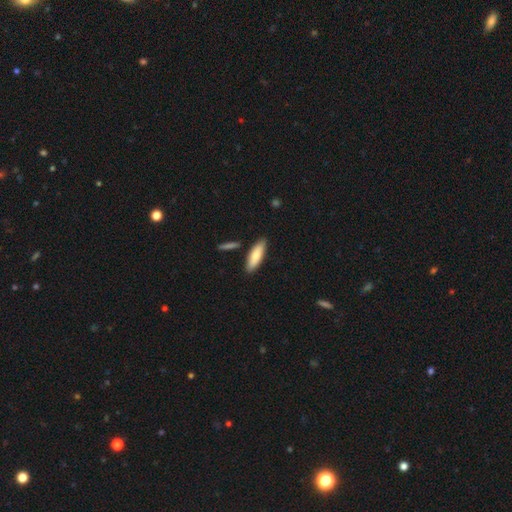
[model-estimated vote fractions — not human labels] Smooth or featured? Predicted: smooth (p=0.76). How rounded? Predicted: in between (p=0.49, tied with cigar-shaped). Merging? Predicted: none (p=0.85).